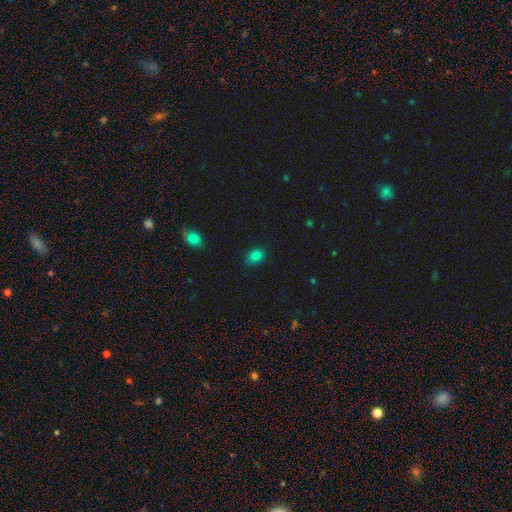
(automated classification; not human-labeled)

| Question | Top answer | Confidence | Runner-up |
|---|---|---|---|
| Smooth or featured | smooth | 82% | star or artifact (14%) |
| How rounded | in between | 71% | round (28%) |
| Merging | none | 83% | minor disturbance (13%) |